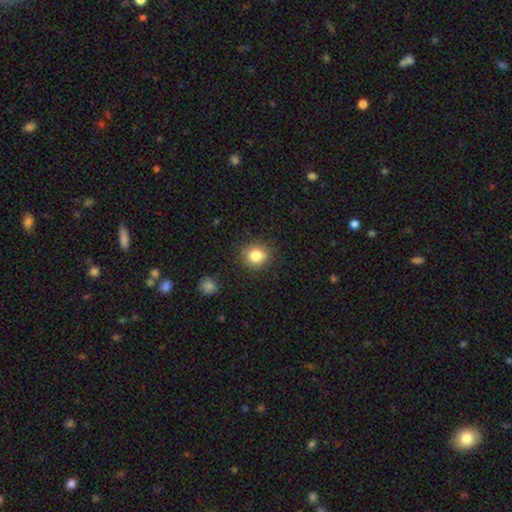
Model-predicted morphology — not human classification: smooth 82%, star or artifact 11%, featured or disk 7%. Down the decision tree: how rounded — round (85%); merging — none (86%).